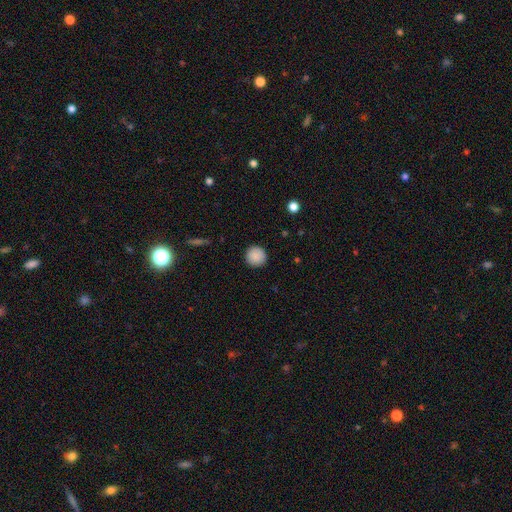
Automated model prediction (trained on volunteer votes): A smooth galaxy with no disk features (89%) that is round (95%).

Vote fractions:
- Smooth or featured? smooth: 89% / star or artifact: 8% / featured or disk: 4%
- How rounded? round: 95% / in between: 4% / cigar-shaped: 1%
- Merging? none: 92% / minor disturbance: 6% / major disturbance: 2% / merger: 1%